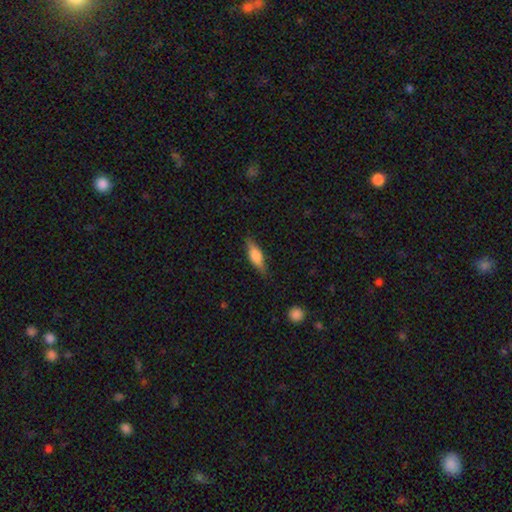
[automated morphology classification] Smooth or featured: smooth — 57% (featured or disk — 36%)
How rounded: cigar-shaped — 50% (in between — 47%)
Merging: none — 84% (minor disturbance — 12%)